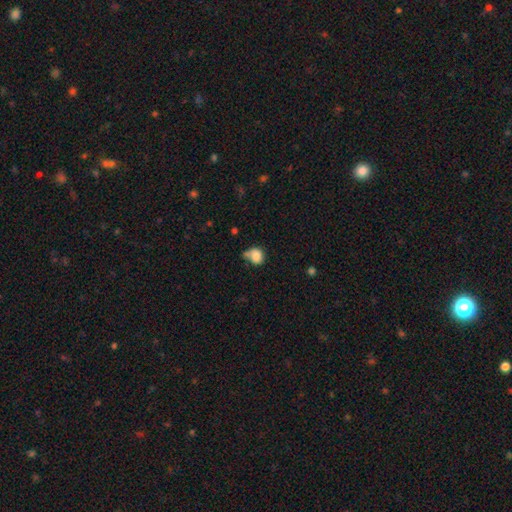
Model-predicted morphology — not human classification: Q: Smooth or featured?
A: smooth (81%); runner-up: star or artifact (9%)
Q: How rounded?
A: round (63%); runner-up: in between (36%)
Q: Merging?
A: none (40%); runner-up: minor disturbance (28%)